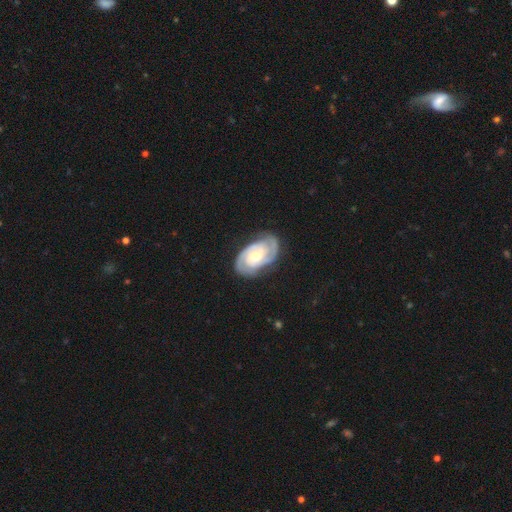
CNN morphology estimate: This is clearly a featured or disk galaxy (87%). It is clearly not viewed edge-on (97%). Bar: possibly no (56%). Spiral arm pattern: clearly yes (97%). Spiral arm count: likely 2 (79%). Spiral winding: likely tight (67%). Central bulge: possibly moderate (57%). Merging: likely none (79%).